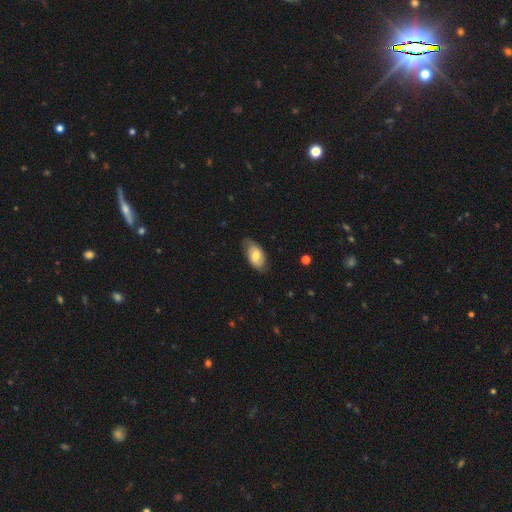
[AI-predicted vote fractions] smooth 54%, featured or disk 39%, star or artifact 7%. Down the decision tree: how rounded — in between (93%); merging — none (73%).